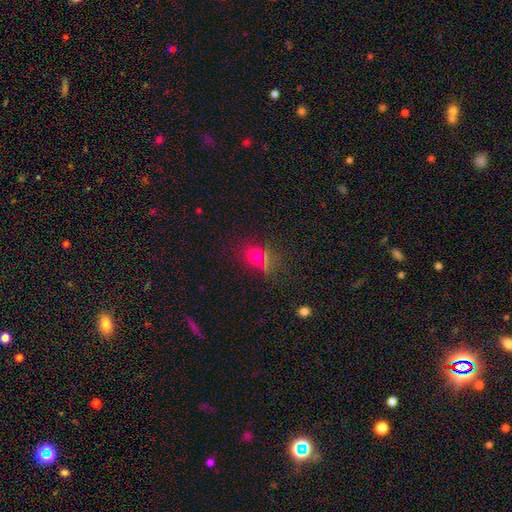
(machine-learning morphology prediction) Smooth or featured?
  - smooth: 61% *
  - star or artifact: 29%
  - featured or disk: 10%
How rounded?
  - round: 59% *
  - in between: 38%
  - cigar-shaped: 3%
Merging?
  - none: 67% *
  - minor disturbance: 16%
  - merger: 9%
  - major disturbance: 8%